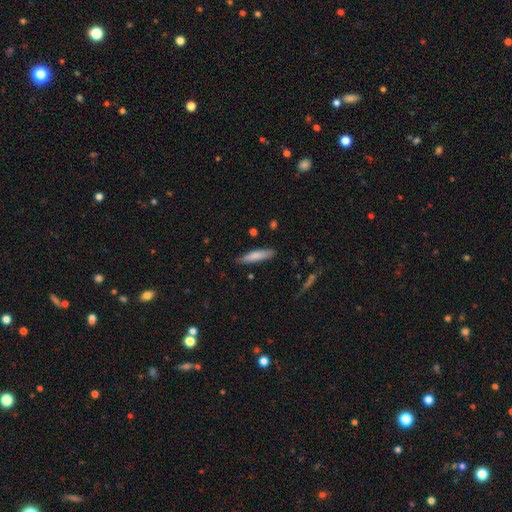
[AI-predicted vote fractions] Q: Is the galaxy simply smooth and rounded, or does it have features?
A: smooth — 76%.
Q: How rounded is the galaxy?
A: cigar-shaped — 83%.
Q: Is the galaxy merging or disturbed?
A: none — 85%.